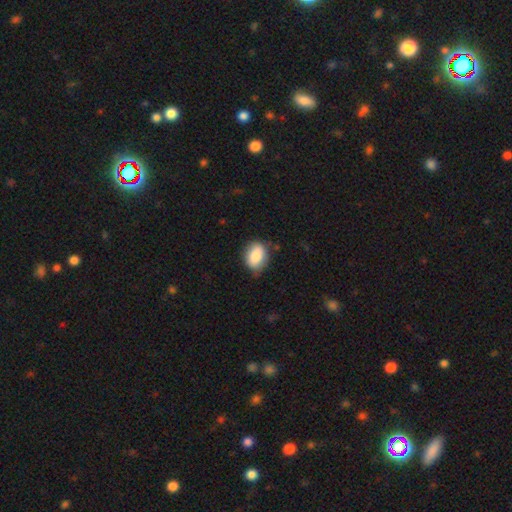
A smooth galaxy with no disk features (74%) that is in between round and cigar-shaped (72%).

Vote fractions:
- Smooth or featured? smooth: 74% / featured or disk: 15% / star or artifact: 10%
- How rounded? in between: 72% / round: 28% / cigar-shaped: 0%
- Merging? none: 66% / minor disturbance: 26% / major disturbance: 9% / merger: 0%